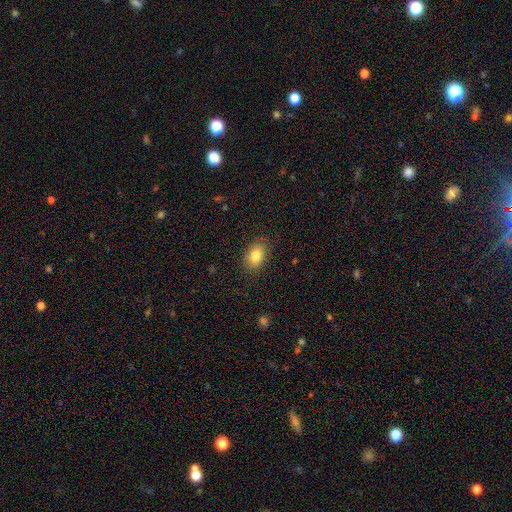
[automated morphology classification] Smooth or featured? smooth (82%)
How rounded? in between (84%)
Merging? none (84%)